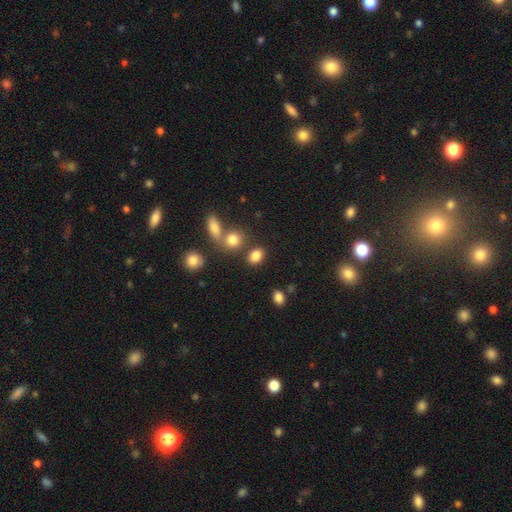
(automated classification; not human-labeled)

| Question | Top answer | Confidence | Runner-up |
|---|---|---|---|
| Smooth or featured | smooth | 83% | star or artifact (11%) |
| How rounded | in between | 68% | round (30%) |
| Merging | none | 69% | merger (16%) |